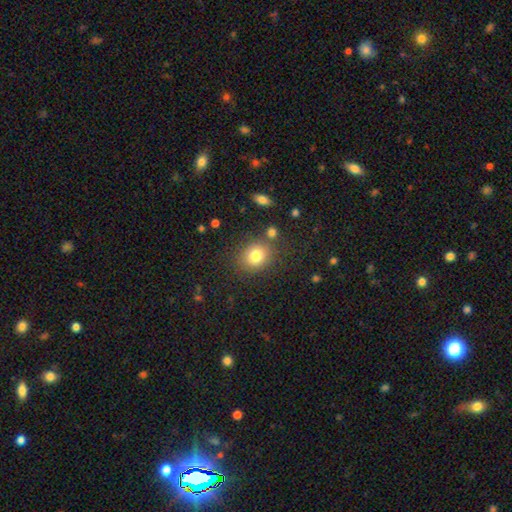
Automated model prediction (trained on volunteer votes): Smooth or featured? smooth (80%)
How rounded? round (70%)
Merging? none (79%)